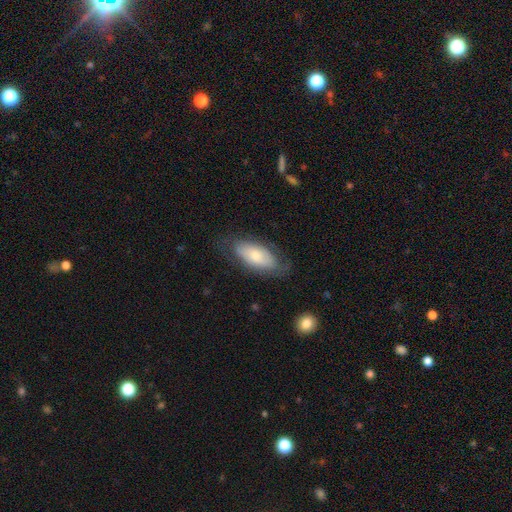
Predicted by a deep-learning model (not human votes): Morphology: type=smooth (65%); roundness=in between (88%); merging=none (66%).